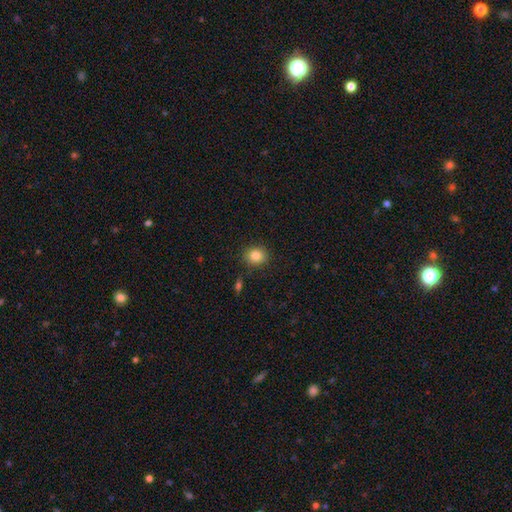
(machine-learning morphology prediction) smooth-or-featured: smooth: 84% | star or artifact: 10% | featured or disk: 6%
  how-rounded: round: 77% | in between: 22% | cigar-shaped: 1%
  merging: none: 88% | minor disturbance: 8% | major disturbance: 2% | merger: 2%